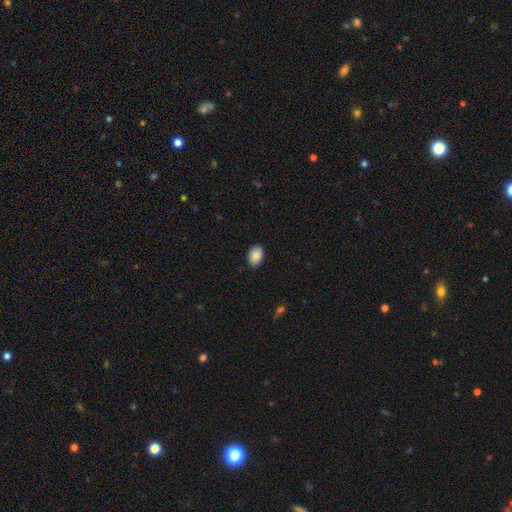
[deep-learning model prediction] A smooth galaxy with no disk features (89%) that is in between round and cigar-shaped (85%). Merging: none (87%).